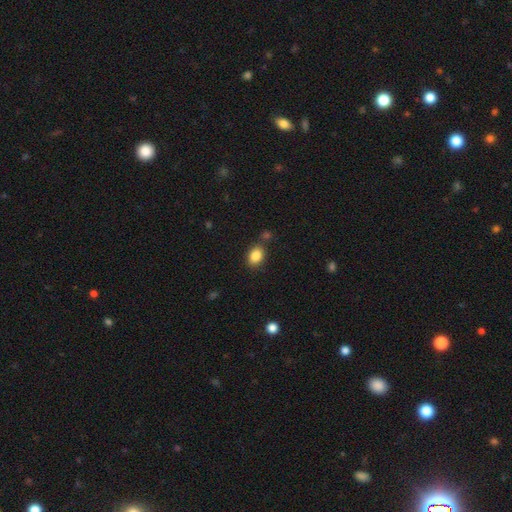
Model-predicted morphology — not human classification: Q: Smooth or featured?
A: smooth (87%); runner-up: star or artifact (9%)
Q: How rounded?
A: in between (73%); runner-up: round (26%)
Q: Merging?
A: none (76%); runner-up: minor disturbance (13%)